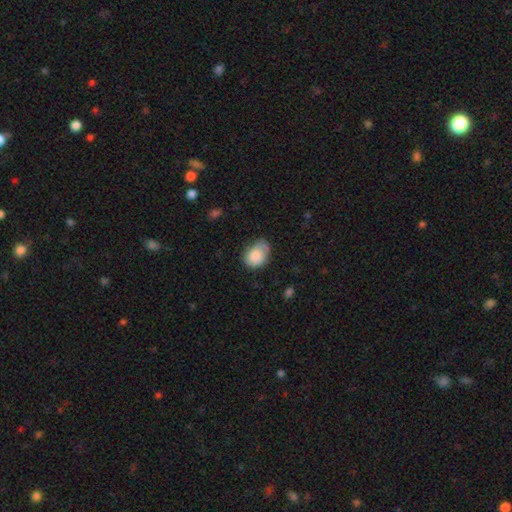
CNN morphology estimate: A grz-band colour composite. It shows a smooth galaxy with no disk features (85%) that is in between round and cigar-shaped (71%). Merging: none (55%).